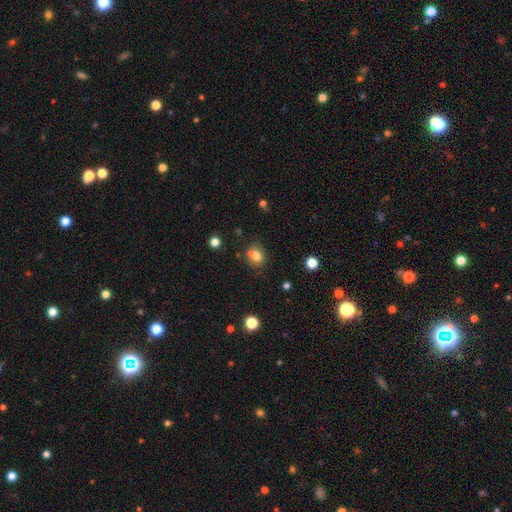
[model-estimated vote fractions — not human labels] This is likely a smooth galaxy (78%). How rounded: likely round (67%). Merging: likely none (65%).